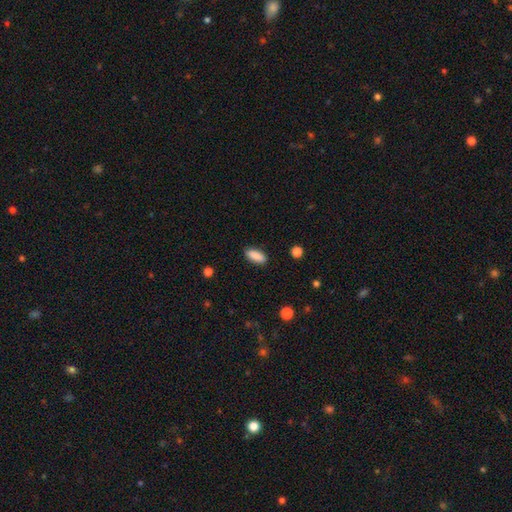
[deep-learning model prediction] Q: Smooth or featured?
A: smooth (89%); runner-up: star or artifact (6%)
Q: How rounded?
A: in between (81%); runner-up: cigar-shaped (17%)
Q: Merging?
A: none (89%); runner-up: minor disturbance (8%)